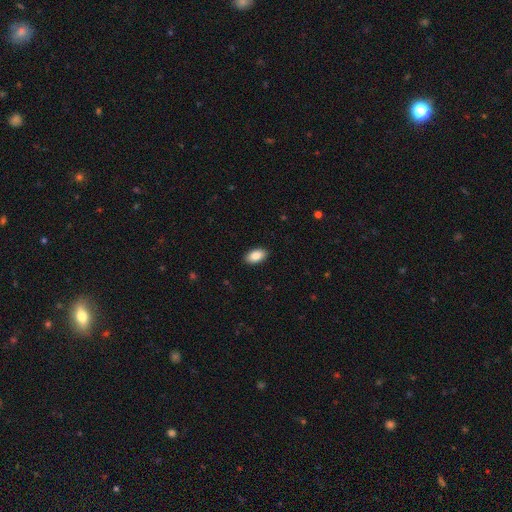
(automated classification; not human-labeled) A smooth galaxy with no disk features (87%) that is in between round and cigar-shaped (94%). Merging: none (90%).